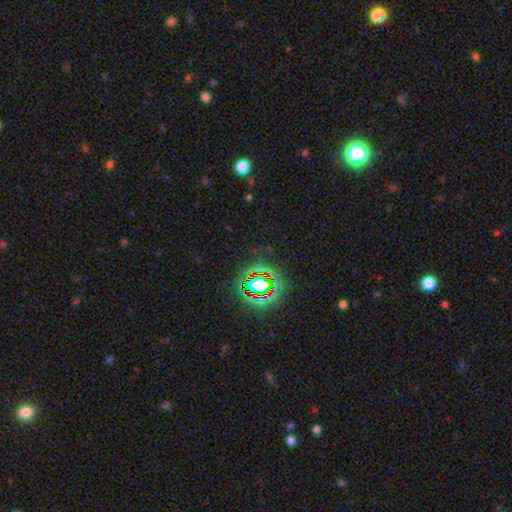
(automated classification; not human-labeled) Smooth or featured?
  - star or artifact: 77% *
  - smooth: 13%
  - featured or disk: 10%